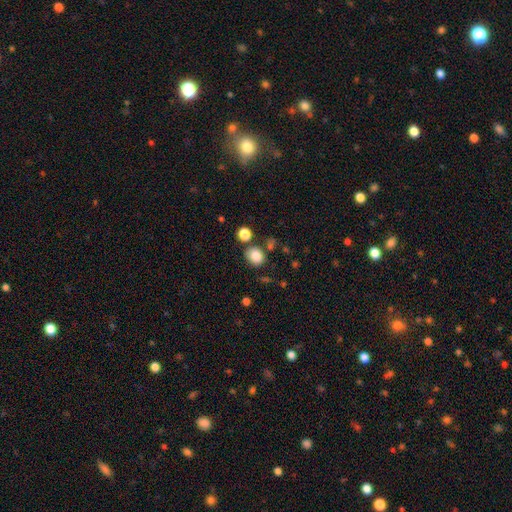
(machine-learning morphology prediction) Smooth or featured? smooth (83%)
How rounded? round (69%)
Merging? none (73%)